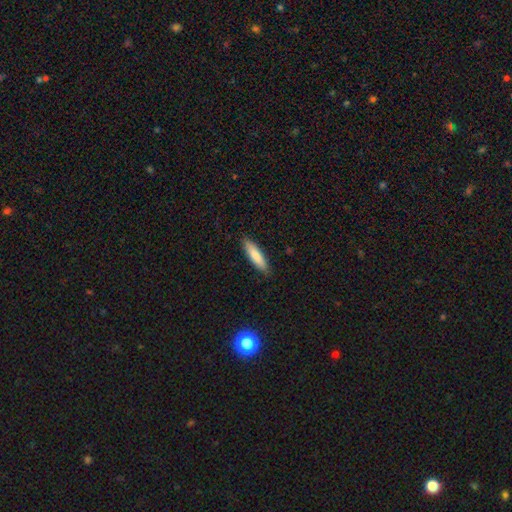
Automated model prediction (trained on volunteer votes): Smooth or featured: smooth — 82% (featured or disk — 12%)
How rounded: cigar-shaped — 72% (in between — 27%)
Merging: none — 88% (minor disturbance — 9%)